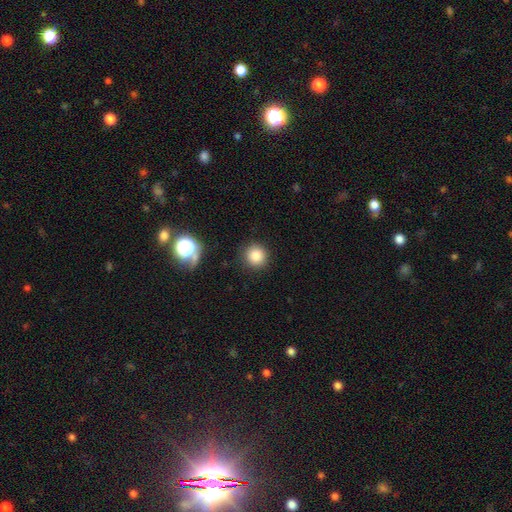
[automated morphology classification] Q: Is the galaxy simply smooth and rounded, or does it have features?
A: smooth — 84%.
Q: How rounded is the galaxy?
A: round — 91%.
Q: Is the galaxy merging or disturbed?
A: none — 88%.